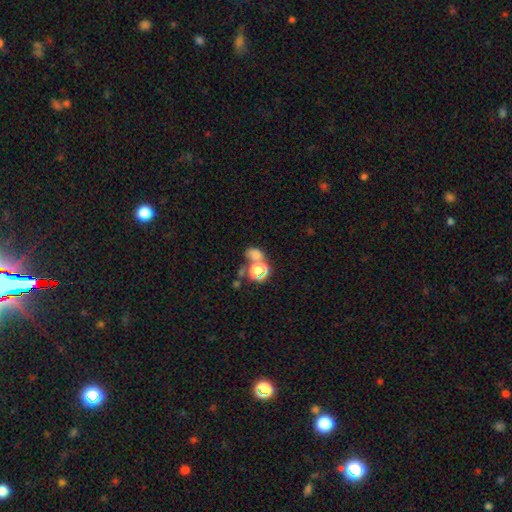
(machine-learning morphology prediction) type=smooth (63%); roundness=round (51%); merging=merger (40%).